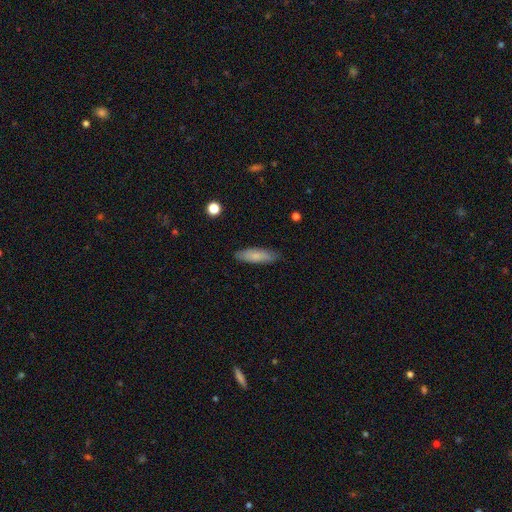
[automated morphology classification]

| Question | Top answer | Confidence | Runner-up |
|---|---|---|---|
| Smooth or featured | smooth | 76% | featured or disk (18%) |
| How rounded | cigar-shaped | 57% | in between (42%) |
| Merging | none | 86% | minor disturbance (11%) |